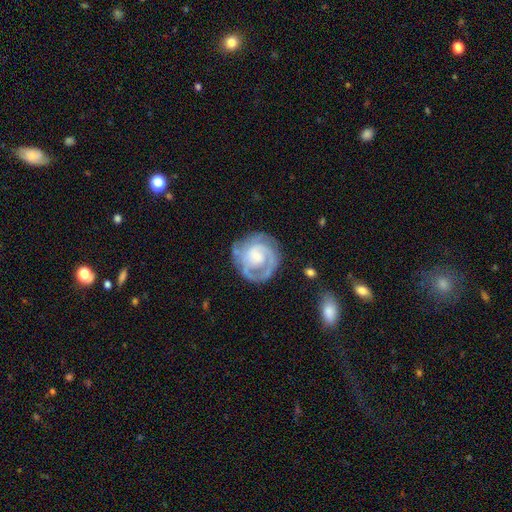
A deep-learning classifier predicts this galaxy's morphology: Smooth or featured? featured or disk (78%)
Edge-on disk? no (98%)
Bar? no (67%)
Spiral arms? yes (90%)
Spiral winding? tight (60%)
Spiral arm count? 2 (32%)
Bulge size? small (48%)
Merging? none (67%)